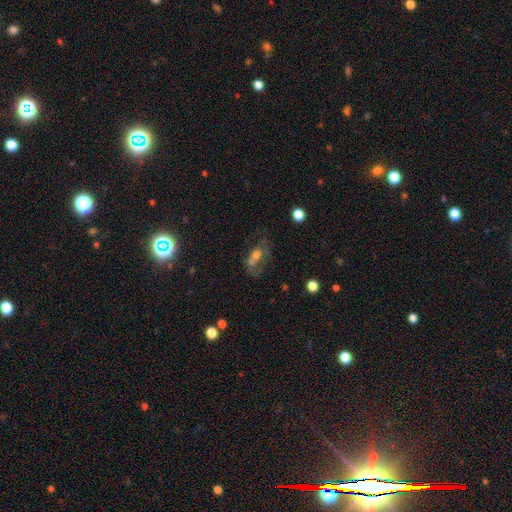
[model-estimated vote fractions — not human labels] A featured or disk galaxy (43%). Merging: none (37%).